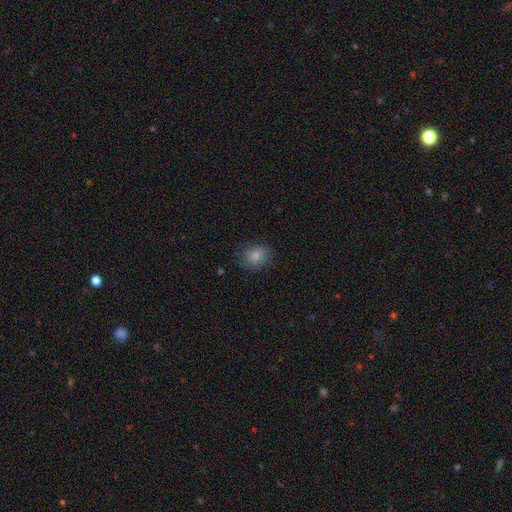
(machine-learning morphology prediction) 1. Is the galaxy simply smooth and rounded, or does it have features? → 83% smooth, 9% star or artifact, 8% featured or disk.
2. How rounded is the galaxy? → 57% round, 42% in between, 1% cigar-shaped.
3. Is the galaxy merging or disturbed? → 77% none, 17% minor disturbance, 5% major disturbance, 1% merger.